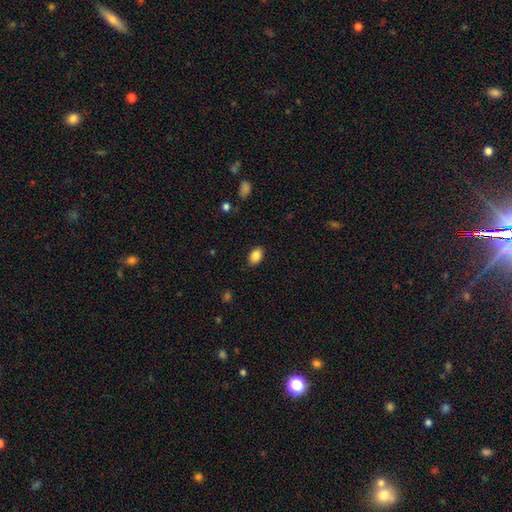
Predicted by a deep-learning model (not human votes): smooth-or-featured: smooth: 86% | star or artifact: 8% | featured or disk: 5%
  how-rounded: in between: 84% | round: 15% | cigar-shaped: 1%
  merging: none: 87% | minor disturbance: 10% | major disturbance: 2% | merger: 1%